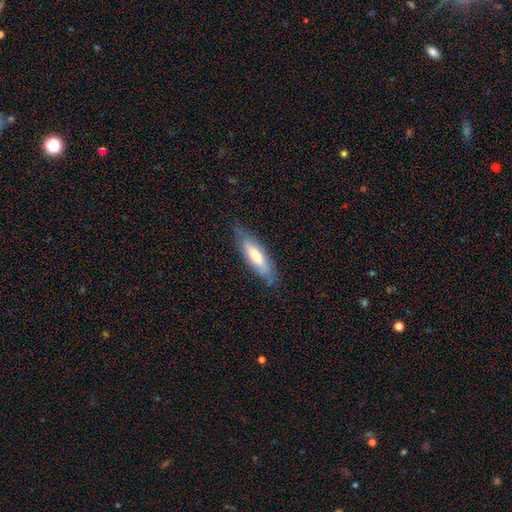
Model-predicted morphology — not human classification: A smooth galaxy with no disk features (56%) that is cigar-shaped (57%).

Vote fractions:
- Smooth or featured? smooth: 56% / featured or disk: 38% / star or artifact: 6%
- How rounded? cigar-shaped: 57% / in between: 42% / round: 1%
- Merging? none: 75% / minor disturbance: 20% / major disturbance: 4% / merger: 1%